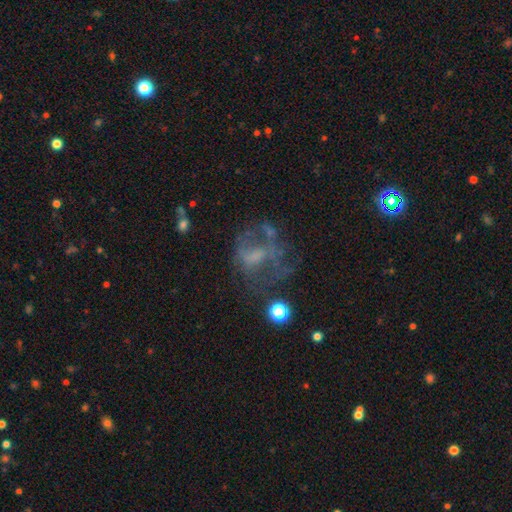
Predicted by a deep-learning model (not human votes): This appears to be a featured or disk galaxy (53%) with no bar (67%), no spiral arms (76%) and no central bulge (51%). Merging: major disturbance (38%).